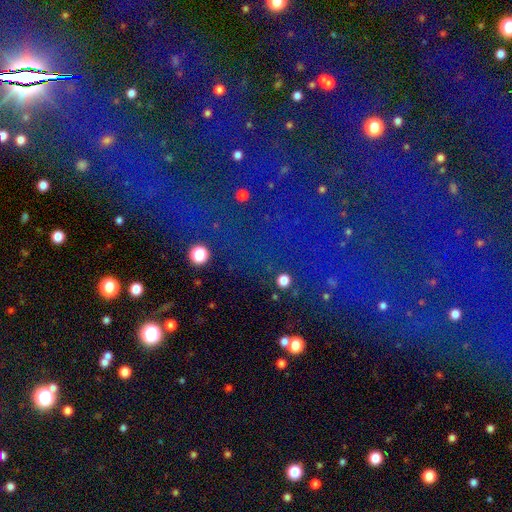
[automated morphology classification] star or artifact 82%, smooth 10%, featured or disk 8%.